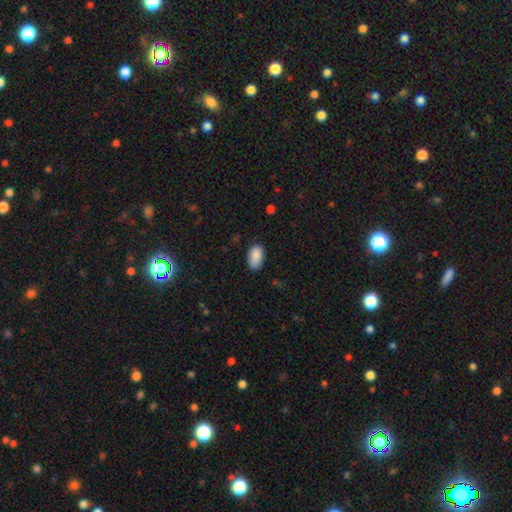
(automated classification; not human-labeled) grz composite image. It shows a smooth galaxy with no disk features (89%) that is in between round and cigar-shaped (94%). Merging: none (81%).